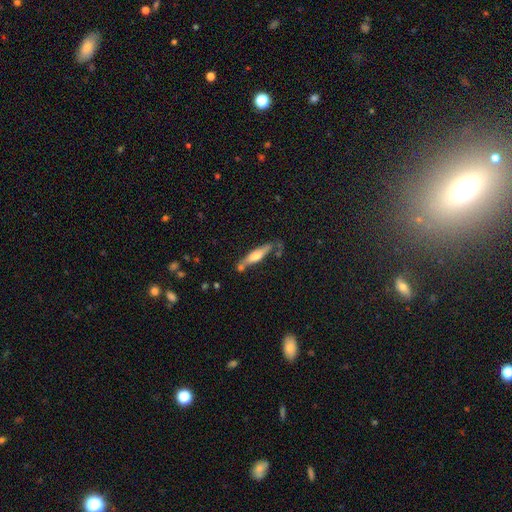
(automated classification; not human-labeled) Q: Smooth or featured?
A: featured or disk (54%); runner-up: smooth (40%)
Q: Edge-on disk?
A: yes (92%); runner-up: no (8%)
Q: Merging?
A: none (69%); runner-up: minor disturbance (17%)